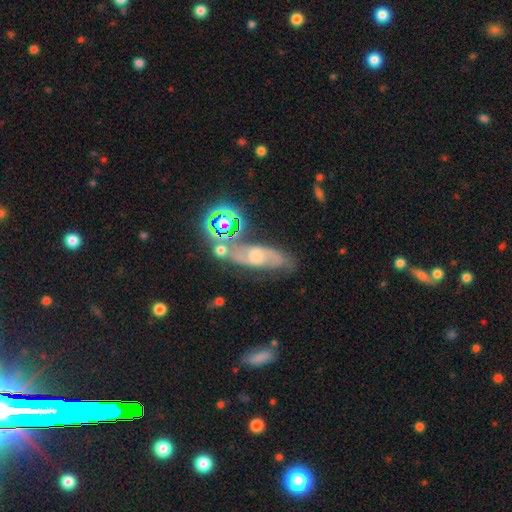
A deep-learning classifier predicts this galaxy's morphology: Smooth or featured? featured or disk (58%)
Edge-on disk? no (78%)
Merging? none (66%)